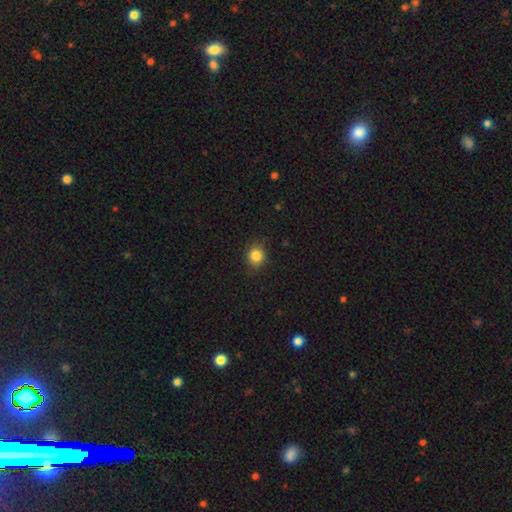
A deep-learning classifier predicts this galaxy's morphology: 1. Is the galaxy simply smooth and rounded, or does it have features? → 85% smooth, 11% star or artifact, 5% featured or disk.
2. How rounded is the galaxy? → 74% round, 25% in between, 1% cigar-shaped.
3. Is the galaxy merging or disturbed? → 86% none, 10% minor disturbance, 3% major disturbance, 1% merger.